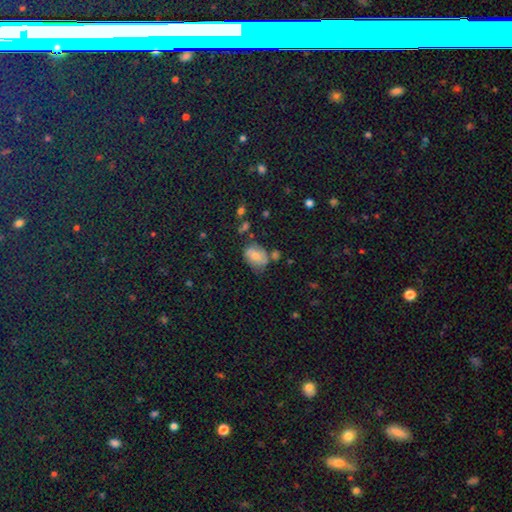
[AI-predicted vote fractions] This is likely a smooth galaxy (63%). How rounded: likely in between (71%). Merging: possibly none (55%).